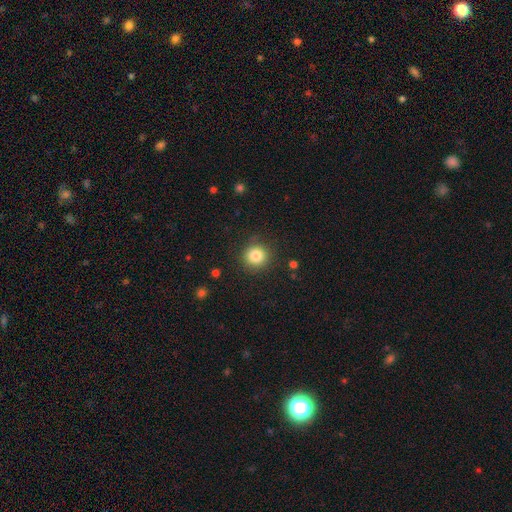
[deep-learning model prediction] smooth 83%, star or artifact 11%, featured or disk 6%. Down the decision tree: how rounded — round (93%); merging — none (88%).